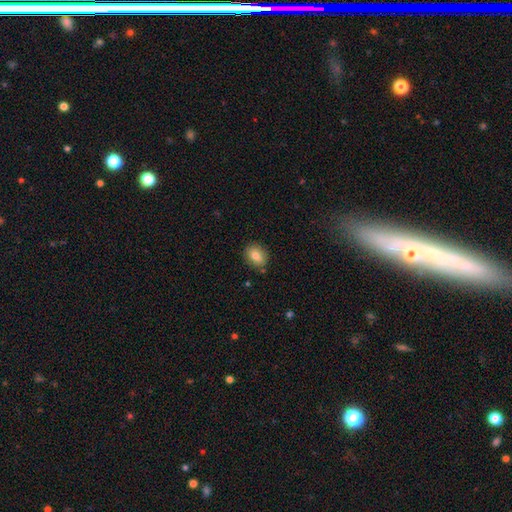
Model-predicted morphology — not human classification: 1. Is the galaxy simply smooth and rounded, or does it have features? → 81% smooth, 10% featured or disk, 8% star or artifact.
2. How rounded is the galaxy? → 64% in between, 35% round, 1% cigar-shaped.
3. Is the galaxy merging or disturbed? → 86% none, 10% minor disturbance, 2% major disturbance, 2% merger.